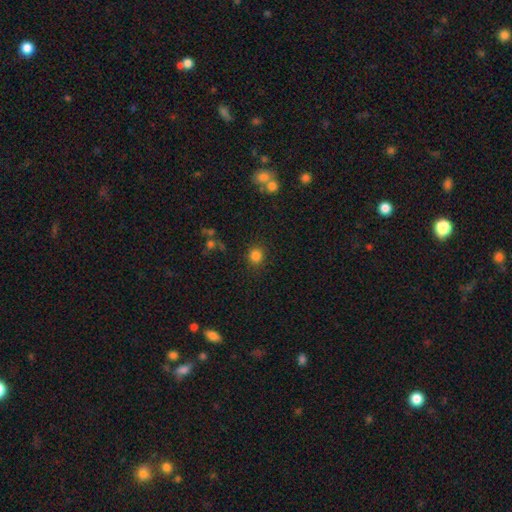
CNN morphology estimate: Q: Smooth or featured?
A: smooth (83%); runner-up: star or artifact (13%)
Q: How rounded?
A: round (86%); runner-up: in between (13%)
Q: Merging?
A: none (87%); runner-up: minor disturbance (8%)